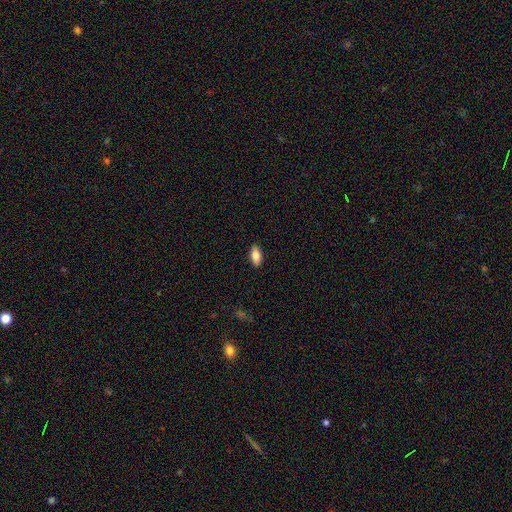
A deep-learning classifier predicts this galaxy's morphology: The model was most divided on "smooth or featured": smooth: 84%, featured or disk: 10%, star or artifact: 7%. More confident: how rounded — in between (89%); merging — none (88%).